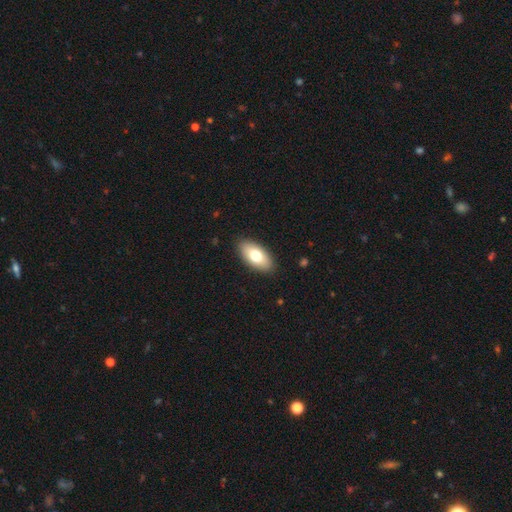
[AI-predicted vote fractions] smooth-or-featured: smooth: 74% | featured or disk: 19% | star or artifact: 6%
  how-rounded: in between: 92% | cigar-shaped: 5% | round: 3%
  merging: none: 89% | minor disturbance: 8% | major disturbance: 2% | merger: 1%